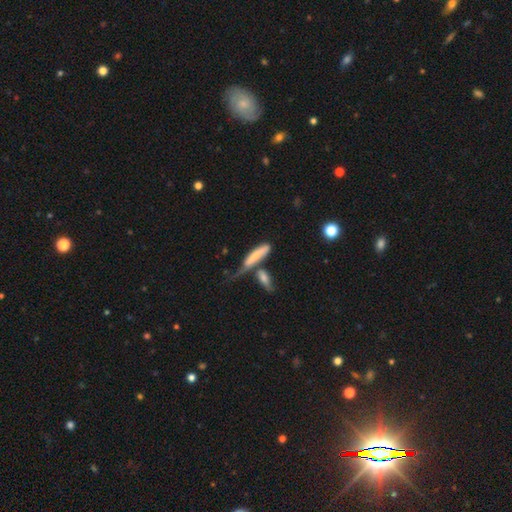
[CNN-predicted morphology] Smooth or featured?
  - smooth: 62% *
  - featured or disk: 31%
  - star or artifact: 7%
How rounded?
  - cigar-shaped: 66% *
  - in between: 32%
  - round: 2%
Merging?
  - merger: 45% *
  - none: 26%
  - minor disturbance: 15%
  - major disturbance: 14%